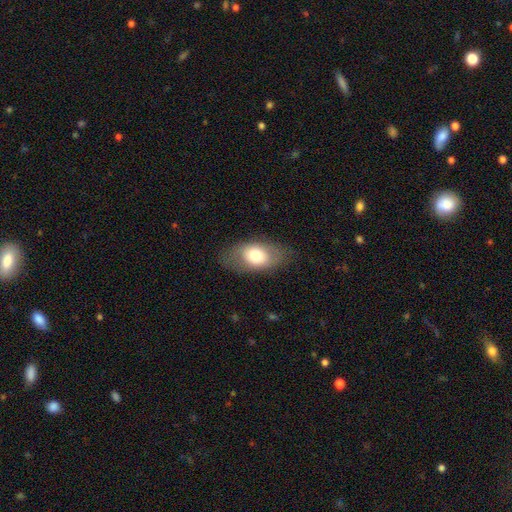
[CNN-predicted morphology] Smooth or featured?
  - smooth: 70% *
  - featured or disk: 23%
  - star or artifact: 7%
How rounded?
  - in between: 88% *
  - round: 10%
  - cigar-shaped: 2%
Merging?
  - none: 77% *
  - minor disturbance: 16%
  - major disturbance: 6%
  - merger: 1%